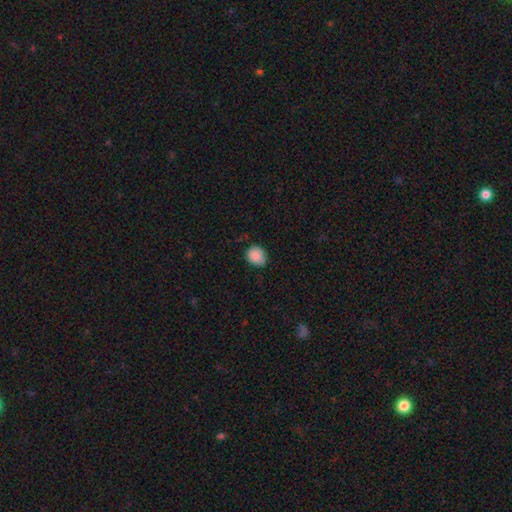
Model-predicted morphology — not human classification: Smooth or featured: smooth — 88% (star or artifact — 8%)
How rounded: round — 63% (in between — 36%)
Merging: none — 78% (minor disturbance — 18%)